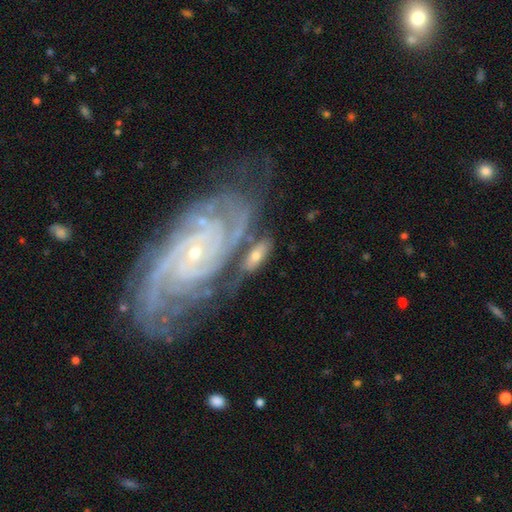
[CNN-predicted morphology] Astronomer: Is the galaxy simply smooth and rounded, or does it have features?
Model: featured or disk — 62%.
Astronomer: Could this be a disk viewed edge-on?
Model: no — 84%.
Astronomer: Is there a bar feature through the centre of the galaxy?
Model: no — 62%.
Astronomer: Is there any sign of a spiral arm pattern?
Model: yes — 86%.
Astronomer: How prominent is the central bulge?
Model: small — 54% (runner-up: moderate, 38%).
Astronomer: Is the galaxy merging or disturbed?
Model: none — 56%.